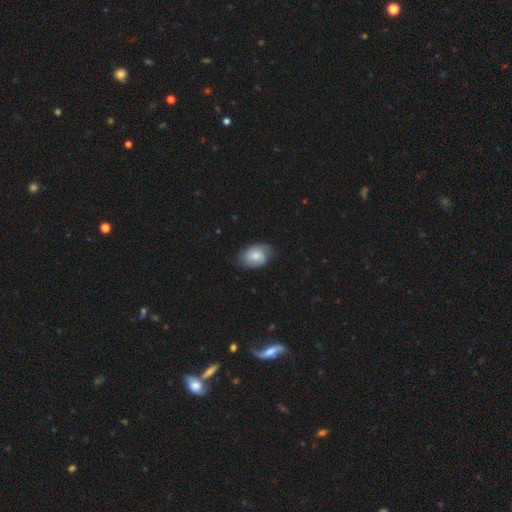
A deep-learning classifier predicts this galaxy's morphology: smooth_or_featured: smooth (p=0.65) [alt: featured or disk p=0.29]
how_rounded: in between (p=0.82) [alt: round p=0.17]
merging: none (p=0.64) [alt: minor disturbance p=0.27]